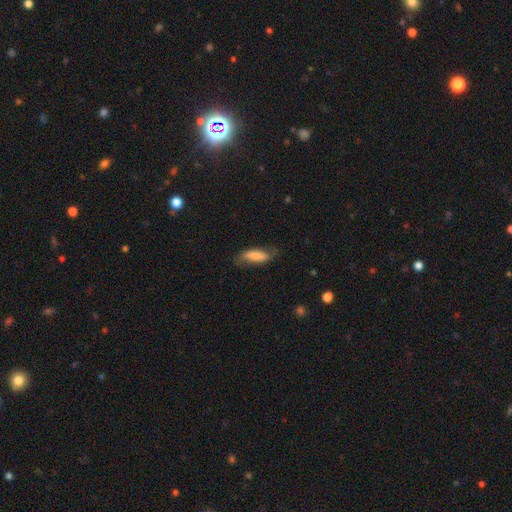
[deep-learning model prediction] Overall: smooth (73%). How rounded: in between (55%; cigar-shaped 43%). Merging: none (64%; minor disturbance 25%).